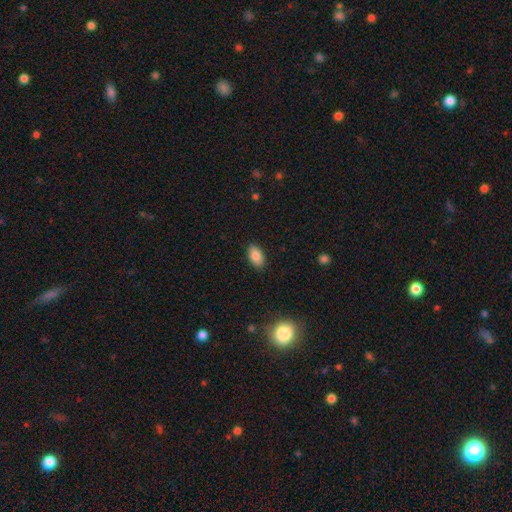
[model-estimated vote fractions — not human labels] Smooth or featured? smooth (84%)
How rounded? in between (92%)
Merging? none (88%)